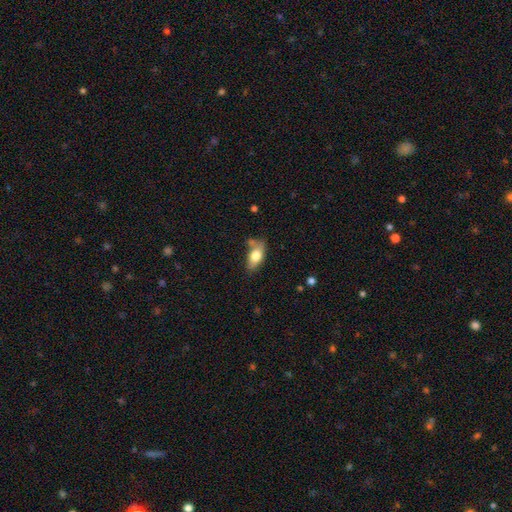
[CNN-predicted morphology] Smooth or featured: smooth — 71% (featured or disk — 22%)
How rounded: in between — 85% (cigar-shaped — 10%)
Merging: none — 56% (minor disturbance — 24%)